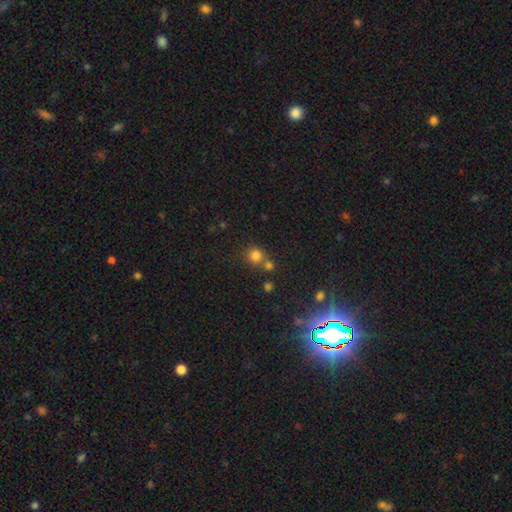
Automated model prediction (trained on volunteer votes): Overall: smooth (79%). How rounded: round (89%). Merging: none (61%; merger 28%).